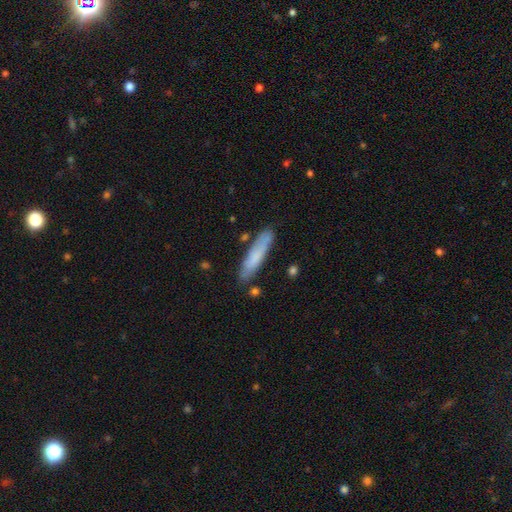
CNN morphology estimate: Q: Smooth or featured?
A: smooth (72%); runner-up: featured or disk (22%)
Q: How rounded?
A: cigar-shaped (83%); runner-up: in between (16%)
Q: Merging?
A: none (79%); runner-up: minor disturbance (15%)